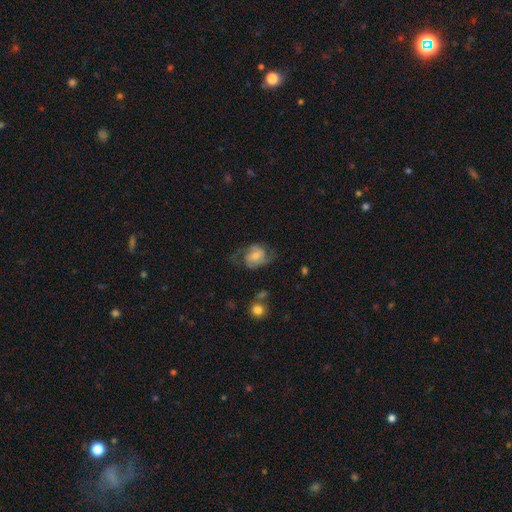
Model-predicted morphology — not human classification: Smooth or featured? Predicted: featured or disk (p=0.62). Edge-on disk? Predicted: no (p=0.97). Bar? Predicted: no (p=0.64). Spiral arms? Predicted: yes (p=0.87). Spiral winding? Predicted: medium (p=0.45). Spiral arm count? Predicted: 2 (p=0.83). Bulge size? Predicted: small (p=0.46). Merging? Predicted: none (p=0.54).